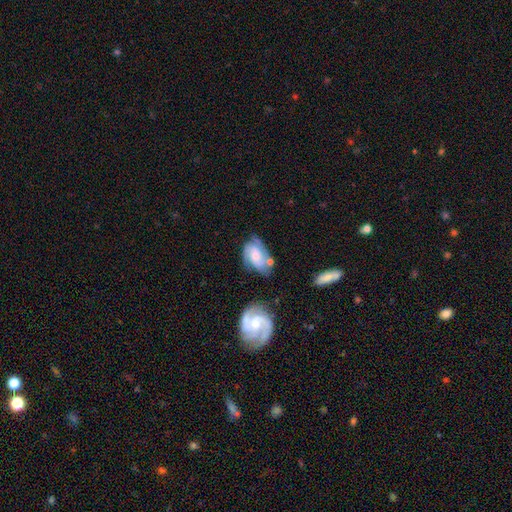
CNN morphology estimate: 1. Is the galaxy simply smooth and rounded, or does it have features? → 68% featured or disk, 25% smooth, 7% star or artifact.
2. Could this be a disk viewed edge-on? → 96% no, 4% yes.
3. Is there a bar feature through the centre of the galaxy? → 59% no, 33% weak, 7% strong.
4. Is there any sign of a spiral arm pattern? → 91% yes, 9% no.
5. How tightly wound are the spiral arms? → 43% tight (tied), 43% medium (tied), 14% loose.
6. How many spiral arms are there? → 57% 2, 18% can't tell, 16% 3, 5% 1, 2% 4, 2% more than 4.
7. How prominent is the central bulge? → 41% moderate, 37% small, 11% large, 9% none, 2% dominant.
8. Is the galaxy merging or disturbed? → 52% none, 25% minor disturbance, 12% major disturbance, 11% merger.